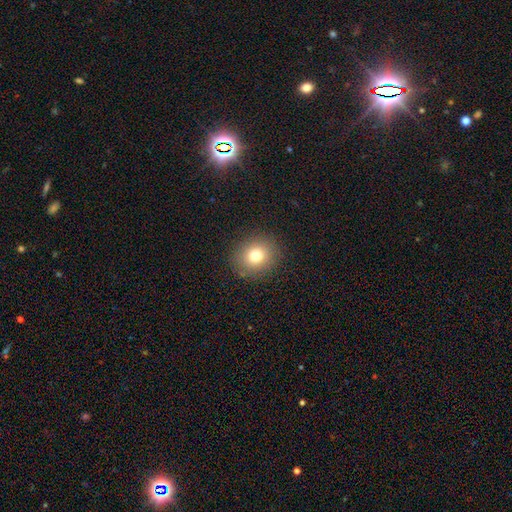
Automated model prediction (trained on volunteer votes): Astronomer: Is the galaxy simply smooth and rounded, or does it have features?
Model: smooth — 77%.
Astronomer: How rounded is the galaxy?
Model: round — 77%.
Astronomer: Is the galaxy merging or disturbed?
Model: none — 88%.